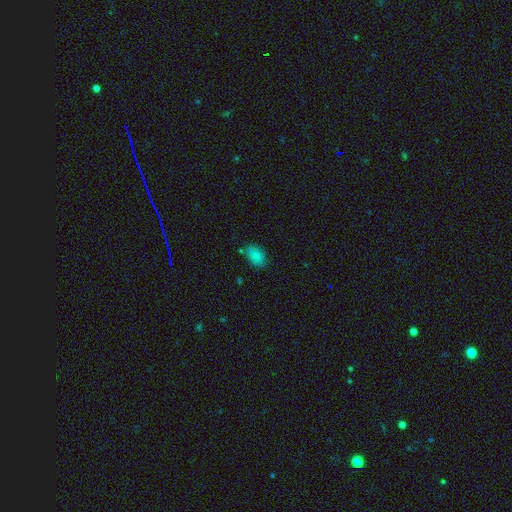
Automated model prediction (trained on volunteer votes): Smooth or featured? smooth (85%)
How rounded? in between (90%)
Merging? none (77%)